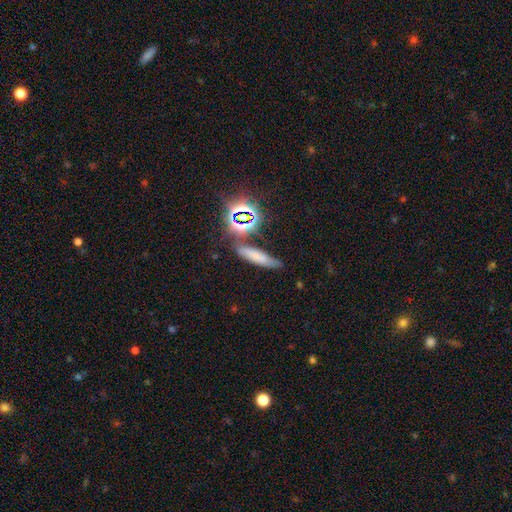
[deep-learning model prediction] Overall: smooth (56%; star or artifact 26%). How rounded: cigar-shaped (66%; in between 26%). Merging: none (67%).